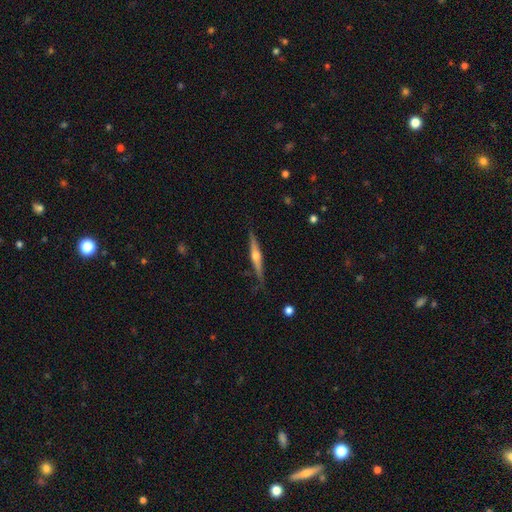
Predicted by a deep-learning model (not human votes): A featured or disk galaxy (73%) viewed edge-on (97%) with a rounded central bulge (93%).

Vote fractions:
- Smooth or featured? featured or disk: 73% / smooth: 21% / star or artifact: 6%
- Edge-on disk? yes: 97% / no: 3%
- Edge-on bulge? rounded: 93% / none: 4% / boxy: 3%
- Merging? none: 83% / minor disturbance: 13% / major disturbance: 2% / merger: 2%